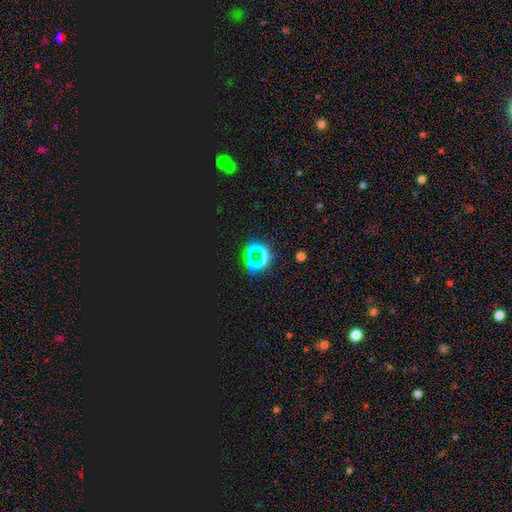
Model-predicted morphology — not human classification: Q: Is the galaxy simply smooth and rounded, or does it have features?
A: star or artifact — 72%.